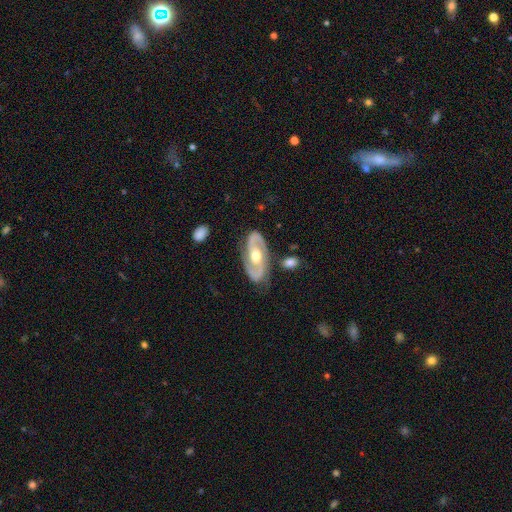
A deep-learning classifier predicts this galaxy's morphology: This appears to be a featured or disk galaxy (89%) with no bar (48%), 2 (93%) medium (49%) spiral arms (95%) and a moderate central bulge (78%). Merging: none (81%).